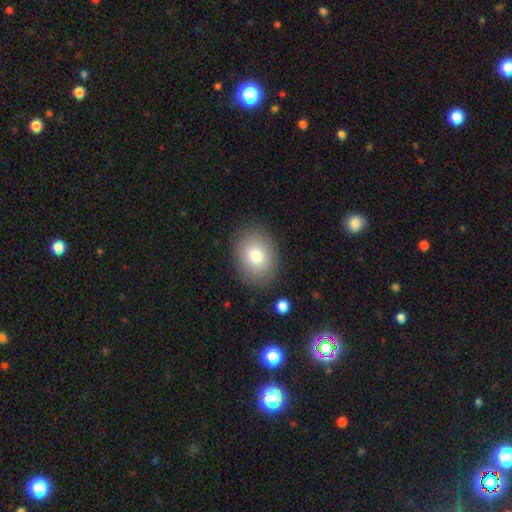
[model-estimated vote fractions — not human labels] smooth 78%, featured or disk 12%, star or artifact 9%. Down the decision tree: how rounded — in between (62%); merging — none (85%).